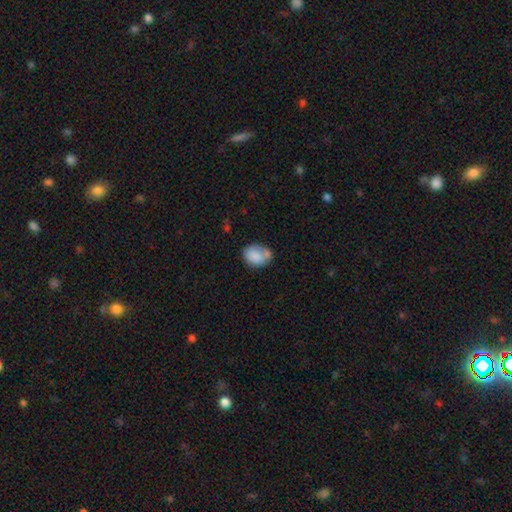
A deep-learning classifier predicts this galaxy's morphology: This is clearly a smooth galaxy (82%). How rounded: likely in between (62%). Merging: possibly none (48%).